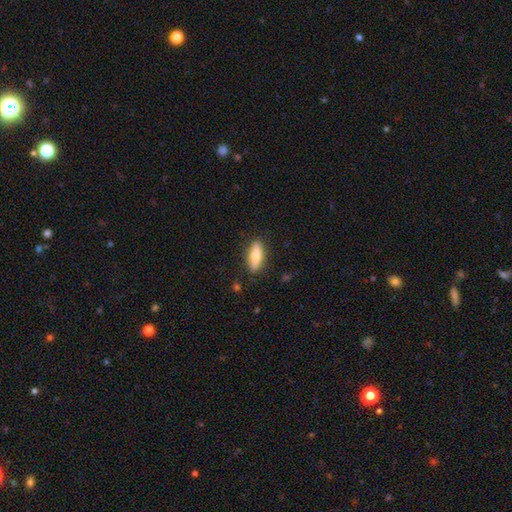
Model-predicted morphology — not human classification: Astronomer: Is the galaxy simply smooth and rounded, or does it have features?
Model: smooth — 71%.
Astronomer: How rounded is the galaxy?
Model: in between — 59% (runner-up: cigar-shaped, 39%).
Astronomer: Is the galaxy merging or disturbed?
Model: none — 86%.